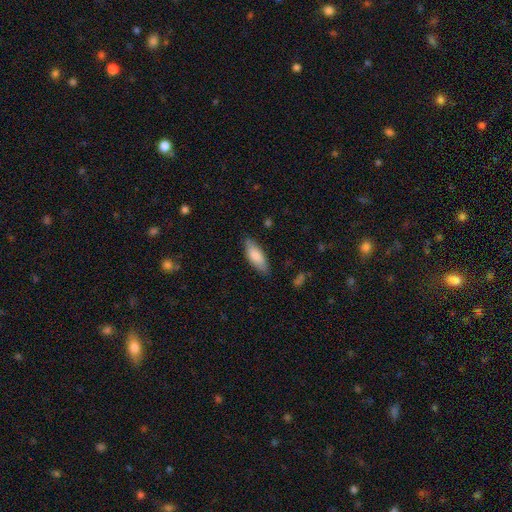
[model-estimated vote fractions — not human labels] smooth_or_featured: smooth (p=0.82) [alt: featured or disk p=0.13]
how_rounded: in between (p=0.70) [alt: cigar-shaped p=0.28]
merging: none (p=0.81) [alt: minor disturbance p=0.15]